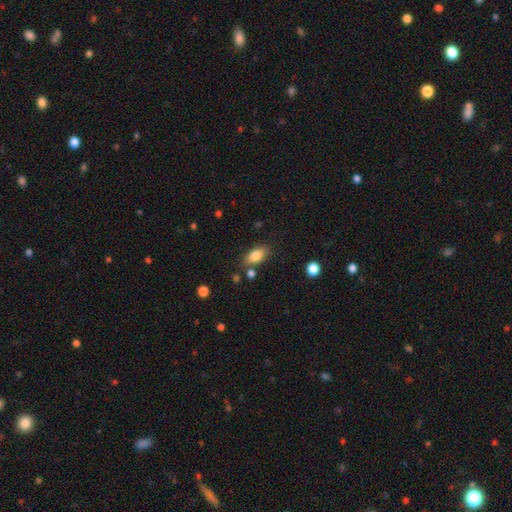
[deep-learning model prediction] A smooth galaxy with no disk features (81%) that is in between round and cigar-shaped (88%).

Vote fractions:
- Smooth or featured? smooth: 81% / featured or disk: 11% / star or artifact: 8%
- How rounded? in between: 88% / cigar-shaped: 7% / round: 5%
- Merging? none: 75% / minor disturbance: 15% / merger: 6% / major disturbance: 4%